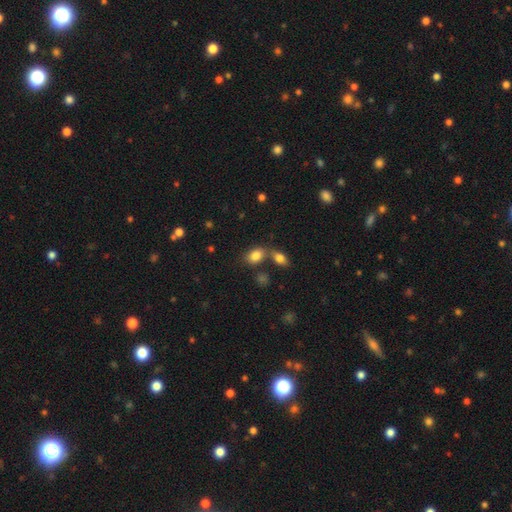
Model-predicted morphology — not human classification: Overall: smooth (83%). How rounded: in between (82%). Merging: none (56%; merger 28%).